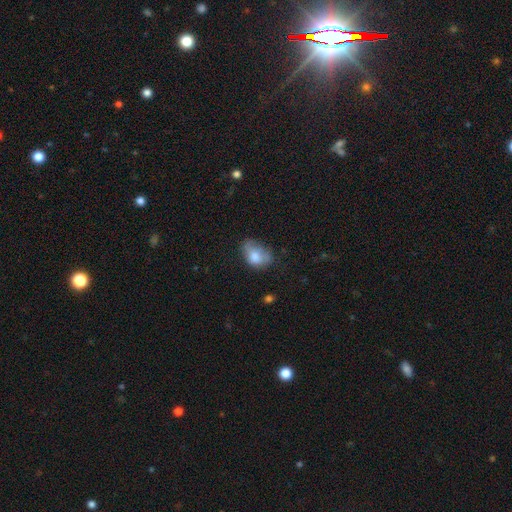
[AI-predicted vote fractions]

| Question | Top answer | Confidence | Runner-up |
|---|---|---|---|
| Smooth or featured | smooth | 74% | featured or disk (17%) |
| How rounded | in between | 79% | round (19%) |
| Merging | none | 38% | tied: minor disturbance (38%) |